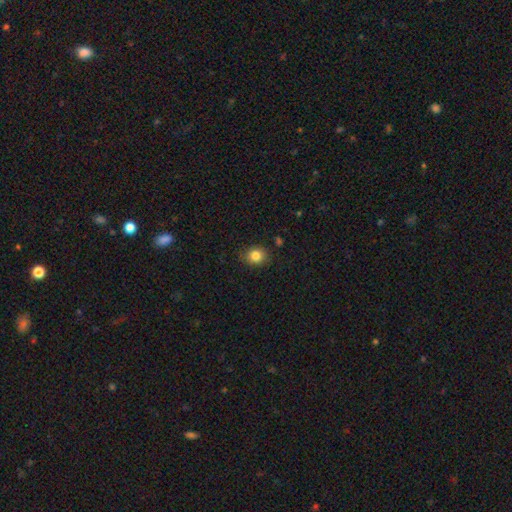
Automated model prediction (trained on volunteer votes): smooth_or_featured: smooth (p=0.84) [alt: star or artifact p=0.10]
how_rounded: round (p=0.68) [alt: in between p=0.31]
merging: none (p=0.85) [alt: minor disturbance p=0.11]